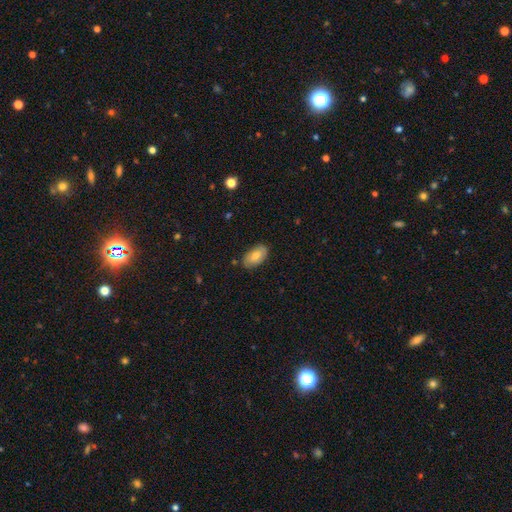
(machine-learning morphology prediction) This appears to be a smooth galaxy with no disk features (69%) that is in between round and cigar-shaped (94%). Merging: none (82%).